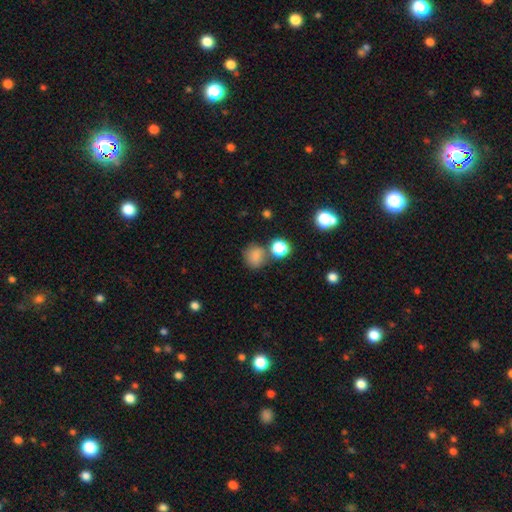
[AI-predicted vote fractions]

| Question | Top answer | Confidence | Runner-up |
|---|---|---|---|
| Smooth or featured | smooth | 78% | star or artifact (16%) |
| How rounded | round | 79% | in between (20%) |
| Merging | none | 63% | merger (15%) |